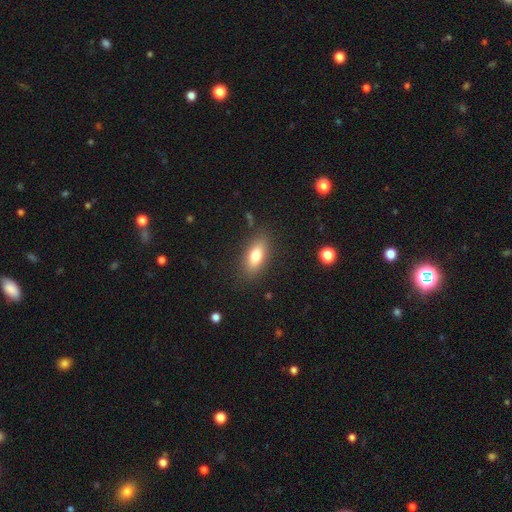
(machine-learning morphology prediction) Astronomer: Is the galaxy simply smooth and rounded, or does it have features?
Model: smooth — 76%.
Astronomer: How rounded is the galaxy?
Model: in between — 80%.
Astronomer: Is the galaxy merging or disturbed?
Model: none — 84%.